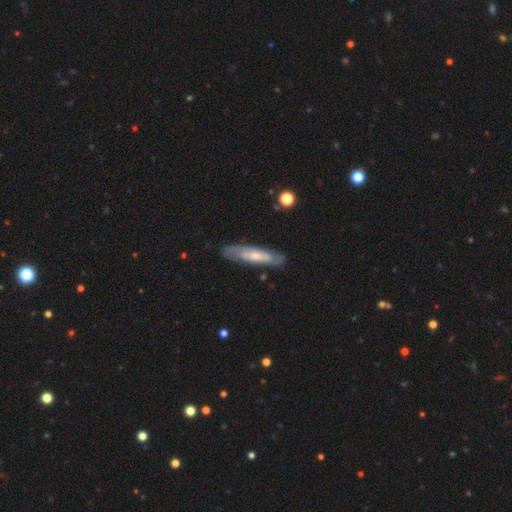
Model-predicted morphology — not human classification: type=featured or disk (55%); edge-on=no (54%); merging=none (80%).